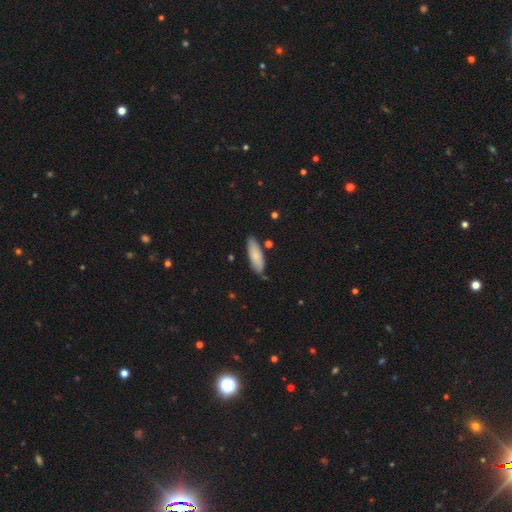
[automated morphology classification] smooth_or_featured: smooth (p=0.81) [alt: featured or disk p=0.14]
how_rounded: in between (p=0.64) [alt: cigar-shaped p=0.35]
merging: none (p=0.79) [alt: minor disturbance p=0.15]